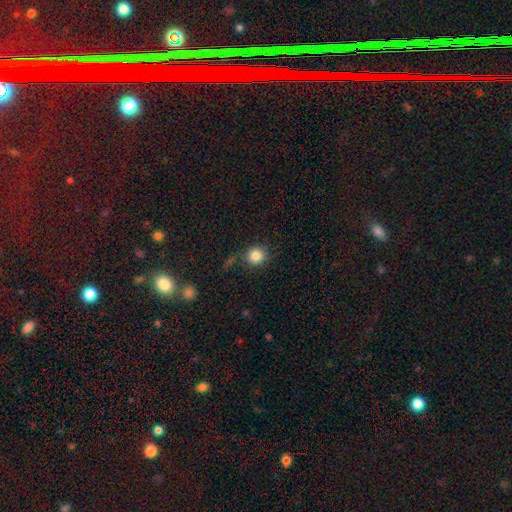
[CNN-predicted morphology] Smooth or featured? smooth (83%)
How rounded? round (84%)
Merging? none (73%)